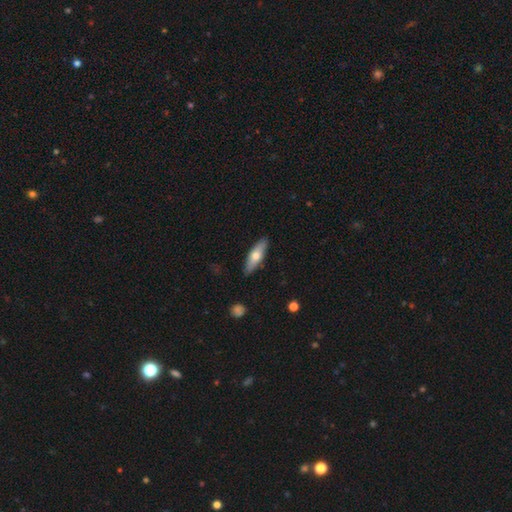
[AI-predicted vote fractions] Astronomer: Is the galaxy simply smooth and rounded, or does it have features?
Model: smooth — 61%.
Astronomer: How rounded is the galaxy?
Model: cigar-shaped — 49% (runner-up: in between, 48%).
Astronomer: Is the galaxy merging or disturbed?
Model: none — 88%.